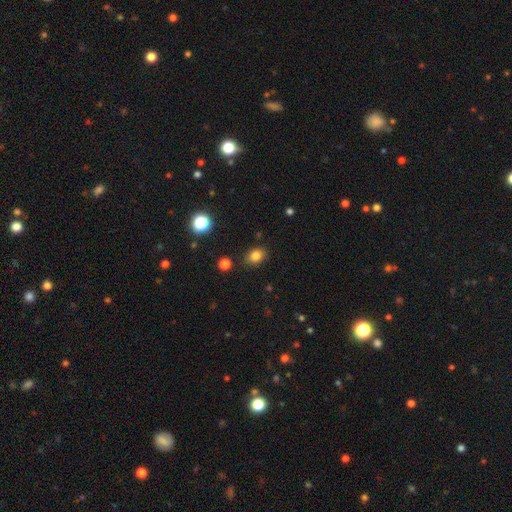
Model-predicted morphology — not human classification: Smooth or featured? smooth (81%)
How rounded? in between (61%)
Merging? none (85%)